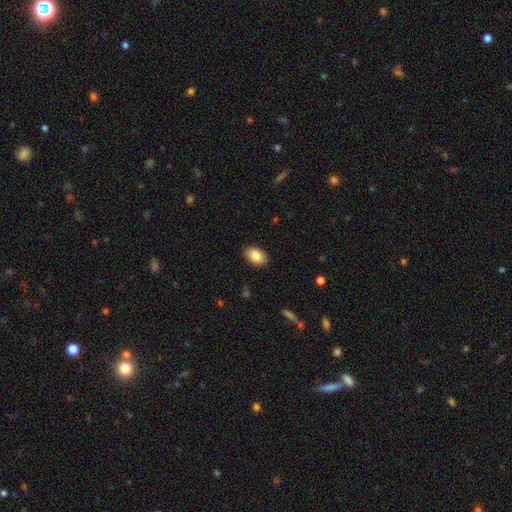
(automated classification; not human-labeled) smooth-or-featured: smooth: 85% | featured or disk: 8% | star or artifact: 7%
  how-rounded: in between: 87% | round: 12% | cigar-shaped: 1%
  merging: none: 88% | minor disturbance: 9% | major disturbance: 2% | merger: 1%